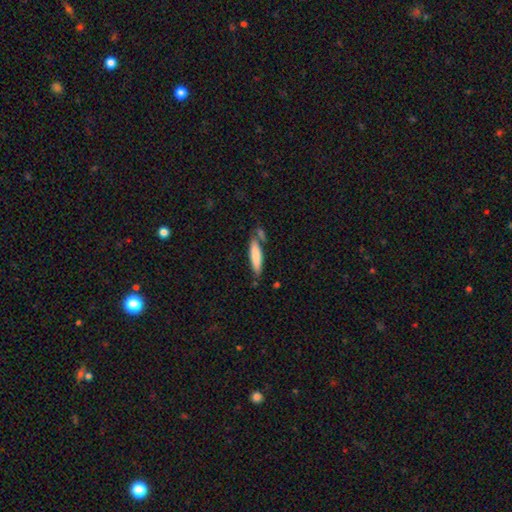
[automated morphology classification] Overall: smooth (80%). How rounded: cigar-shaped (75%). Merging: none (65%).